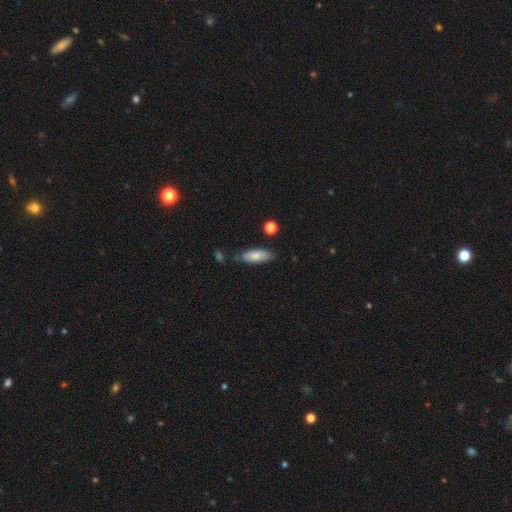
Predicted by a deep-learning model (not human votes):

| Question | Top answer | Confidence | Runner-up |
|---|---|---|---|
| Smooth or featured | smooth | 81% | featured or disk (13%) |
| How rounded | in between | 72% | cigar-shaped (26%) |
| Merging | none | 75% | minor disturbance (18%) |